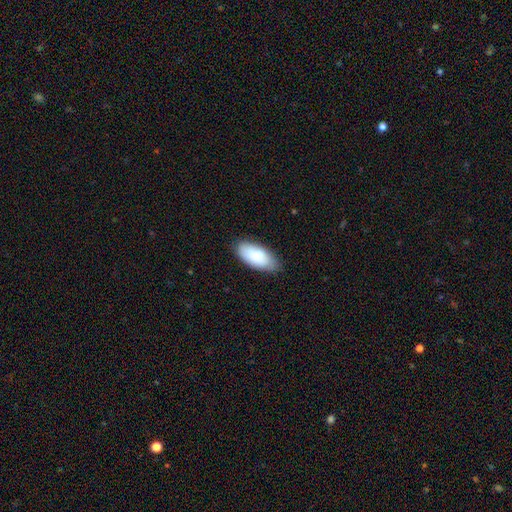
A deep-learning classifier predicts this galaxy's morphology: Smooth or featured? smooth (81%)
How rounded? in between (92%)
Merging? none (75%)